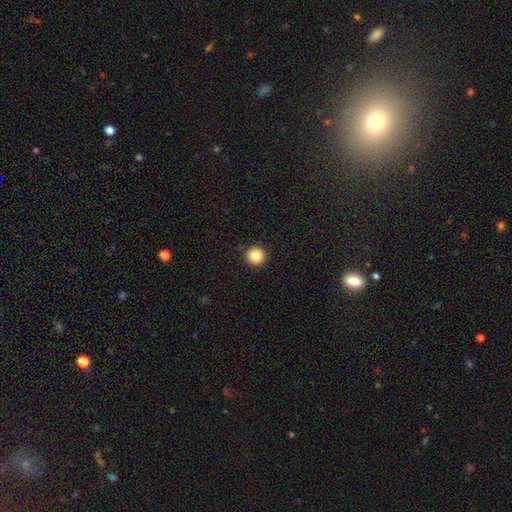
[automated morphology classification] This appears to be a smooth galaxy with no disk features (85%) that is round (96%). Merging: none (92%).